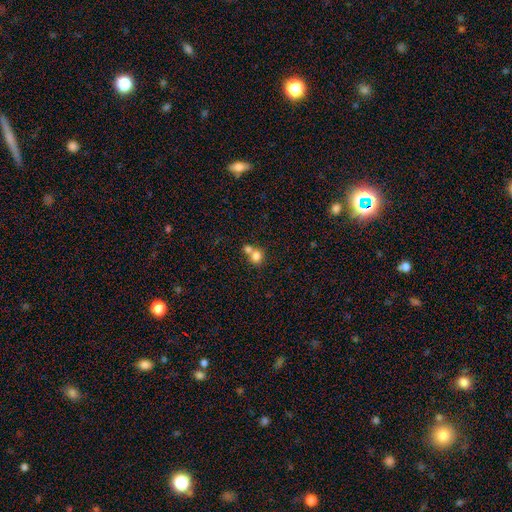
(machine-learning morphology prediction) smooth-or-featured: smooth: 78% | featured or disk: 11% | star or artifact: 11%
  how-rounded: round: 79% | in between: 20% | cigar-shaped: 1%
  merging: merger: 57% | none: 34% | minor disturbance: 6% | major disturbance: 3%